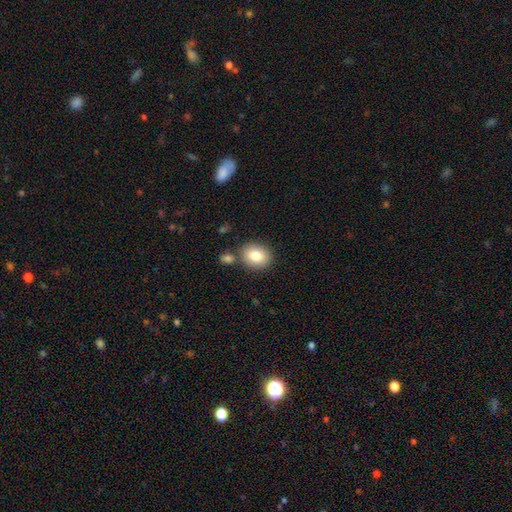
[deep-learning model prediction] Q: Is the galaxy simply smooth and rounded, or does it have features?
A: smooth — 81%.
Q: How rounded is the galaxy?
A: round — 58%.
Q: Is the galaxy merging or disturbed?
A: none — 76%.